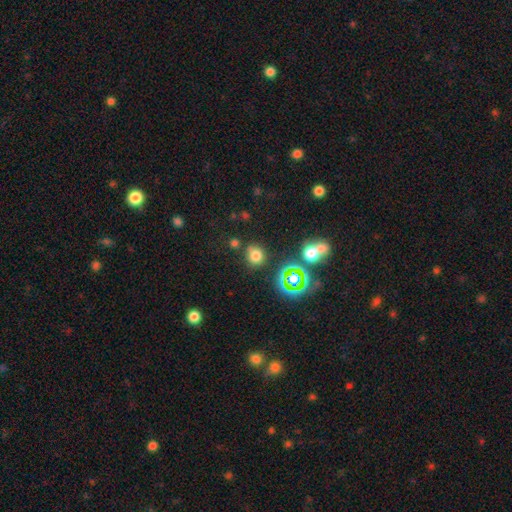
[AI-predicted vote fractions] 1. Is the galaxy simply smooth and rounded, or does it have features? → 70% smooth, 22% star or artifact, 7% featured or disk.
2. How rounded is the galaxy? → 79% round, 20% in between, 1% cigar-shaped.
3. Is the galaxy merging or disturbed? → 73% none, 13% minor disturbance, 9% merger, 5% major disturbance.